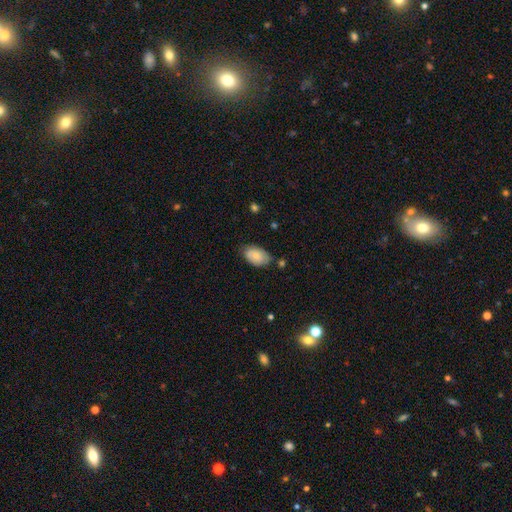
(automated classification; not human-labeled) This appears to be a smooth galaxy with no disk features (78%) that is in between round and cigar-shaped (92%). Merging: none (68%).